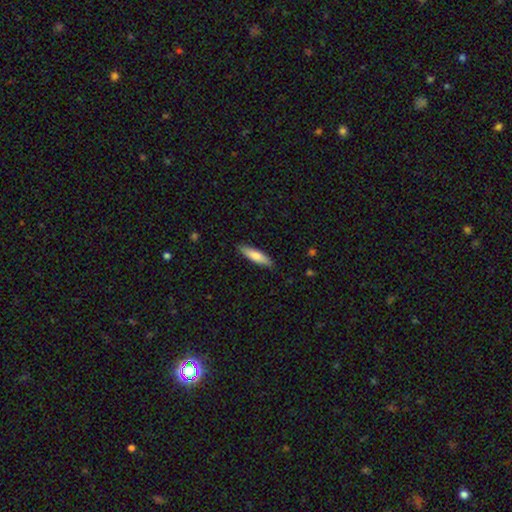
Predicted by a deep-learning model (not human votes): Smooth or featured? Predicted: smooth (p=0.74). How rounded? Predicted: cigar-shaped (p=0.70). Merging? Predicted: none (p=0.87).